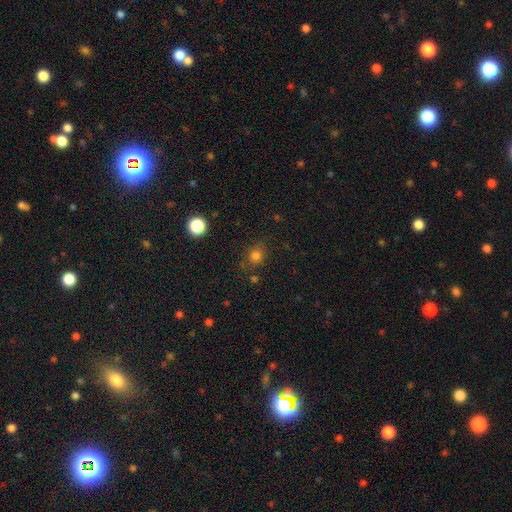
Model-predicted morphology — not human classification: Smooth or featured? smooth (77%)
How rounded? round (73%)
Merging? none (74%)